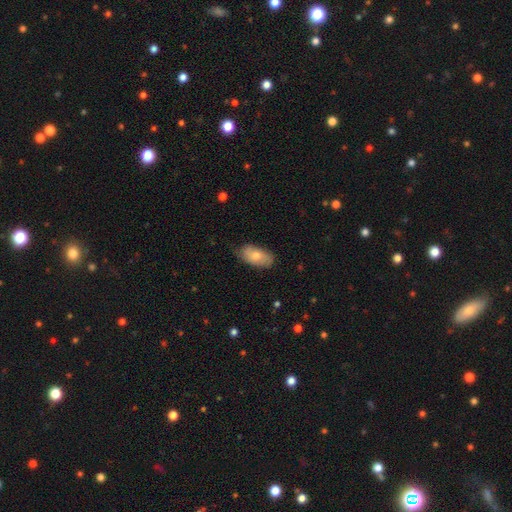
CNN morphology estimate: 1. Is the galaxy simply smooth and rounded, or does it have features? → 75% smooth, 19% featured or disk, 6% star or artifact.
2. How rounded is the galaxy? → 93% in between, 4% cigar-shaped, 3% round.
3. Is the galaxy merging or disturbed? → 76% none, 20% minor disturbance, 3% major disturbance, 1% merger.